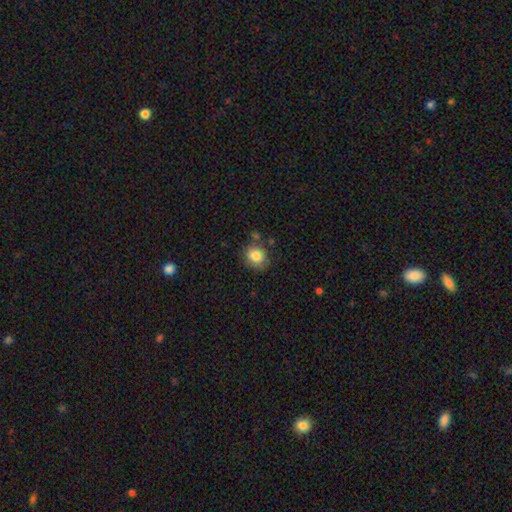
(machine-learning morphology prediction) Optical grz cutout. It shows a smooth galaxy with no disk features (83%) that is round (67%). Merging: none (73%).